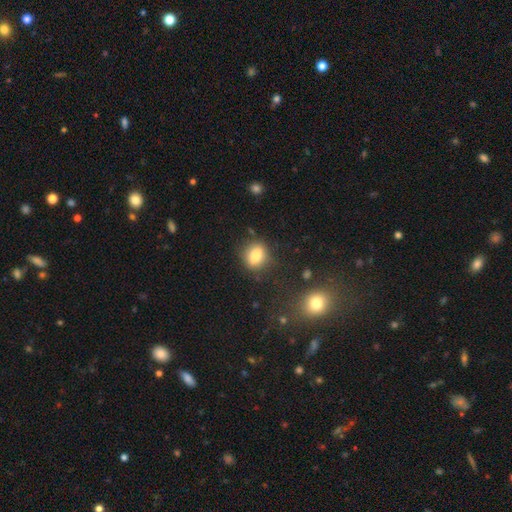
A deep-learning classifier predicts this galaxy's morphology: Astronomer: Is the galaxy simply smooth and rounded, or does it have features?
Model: smooth — 81%.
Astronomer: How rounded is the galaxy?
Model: in between — 57% (runner-up: round, 39%).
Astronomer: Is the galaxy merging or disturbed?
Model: none — 79%.